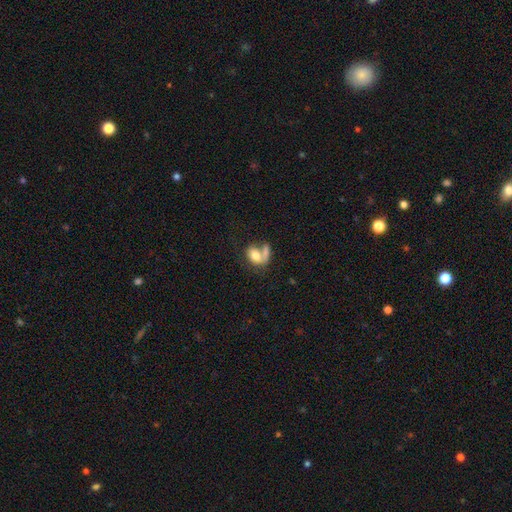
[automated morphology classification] Smooth or featured? Predicted: smooth (p=0.66). How rounded? Predicted: in between (p=0.78). Merging? Predicted: merger (p=0.47).